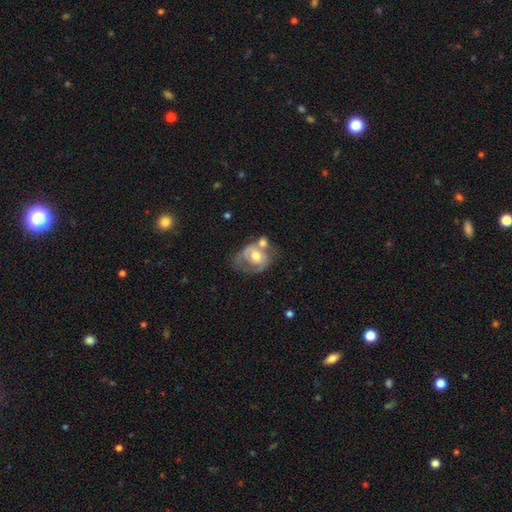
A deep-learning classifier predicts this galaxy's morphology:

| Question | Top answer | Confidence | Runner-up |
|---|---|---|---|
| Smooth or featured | featured or disk | 59% | smooth (35%) |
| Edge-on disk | no | 96% | yes (4%) |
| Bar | no | 69% | weak (24%) |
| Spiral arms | yes | 51% | no (49%) |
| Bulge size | moderate | 71% | small (14%) |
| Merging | merger | 33% | none (29%) |